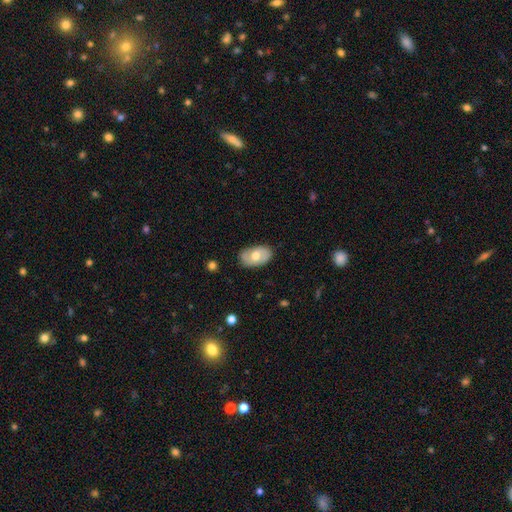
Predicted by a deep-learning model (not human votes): Smooth or featured? smooth (58%)
How rounded? in between (91%)
Merging? none (81%)